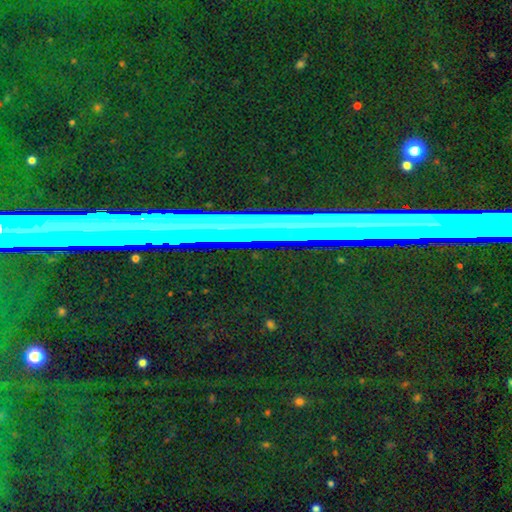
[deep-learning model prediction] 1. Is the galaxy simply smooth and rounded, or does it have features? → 63% star or artifact, 22% featured or disk, 15% smooth.